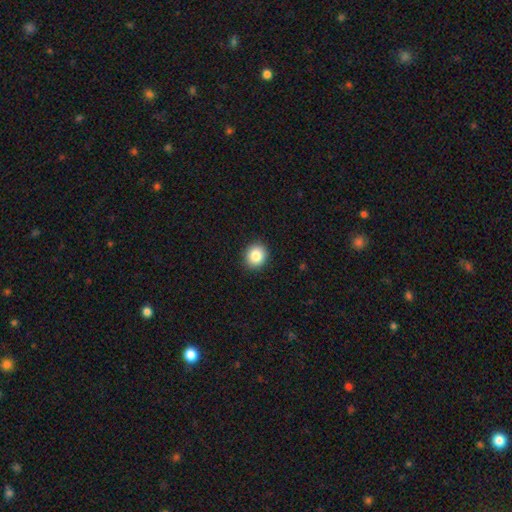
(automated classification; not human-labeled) Morphology: type=smooth (85%); roundness=round (83%); merging=none (92%).